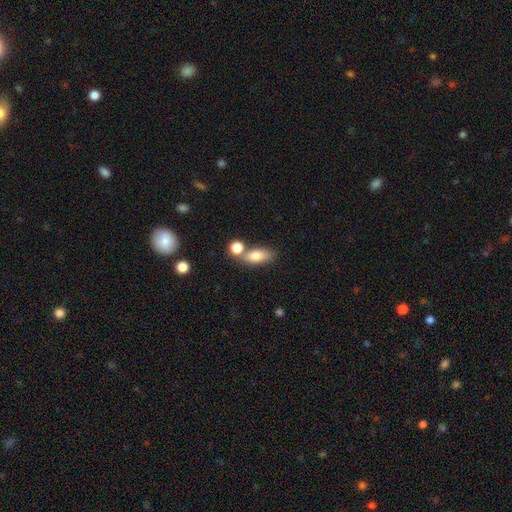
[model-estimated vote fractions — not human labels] A smooth galaxy with no disk features (79%) that is in between round and cigar-shaped (78%). Merging: none (54%).